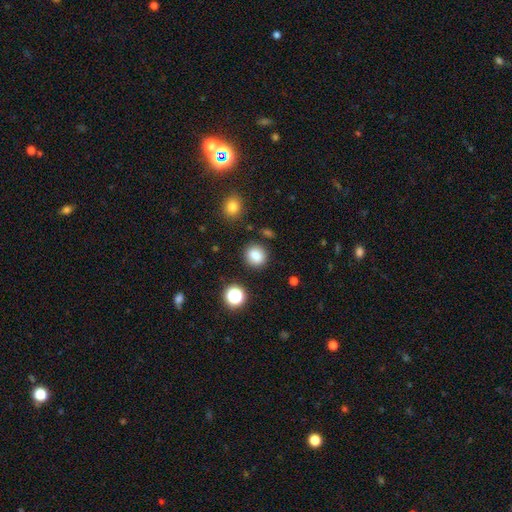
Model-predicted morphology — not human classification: A smooth galaxy with no disk features (82%) that is round (83%).

Vote fractions:
- Smooth or featured? smooth: 82% / star or artifact: 12% / featured or disk: 6%
- How rounded? round: 83% / in between: 16% / cigar-shaped: 1%
- Merging? none: 86% / minor disturbance: 8% / merger: 3% / major disturbance: 3%